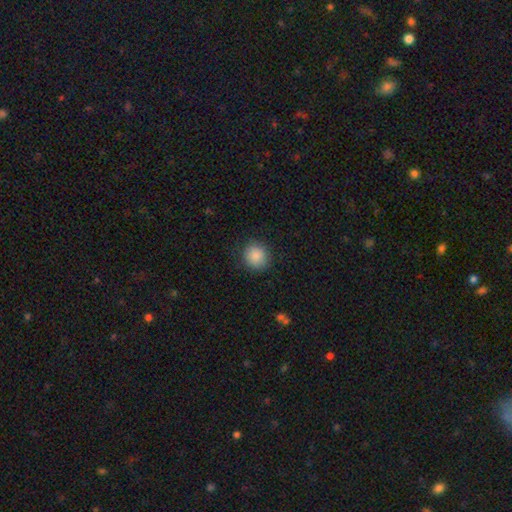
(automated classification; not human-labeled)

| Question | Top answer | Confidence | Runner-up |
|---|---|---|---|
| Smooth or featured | smooth | 88% | star or artifact (9%) |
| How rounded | round | 89% | in between (10%) |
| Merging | none | 88% | minor disturbance (8%) |